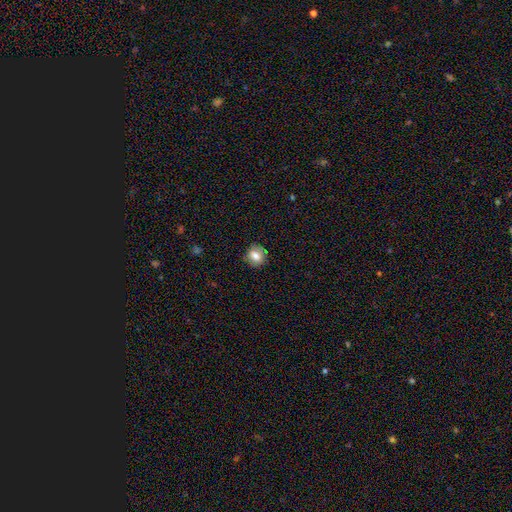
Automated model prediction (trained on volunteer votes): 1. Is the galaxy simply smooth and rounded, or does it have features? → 77% smooth, 13% featured or disk, 10% star or artifact.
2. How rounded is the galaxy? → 80% round, 19% in between, 1% cigar-shaped.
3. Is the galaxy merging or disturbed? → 85% none, 12% minor disturbance, 3% major disturbance, 1% merger.